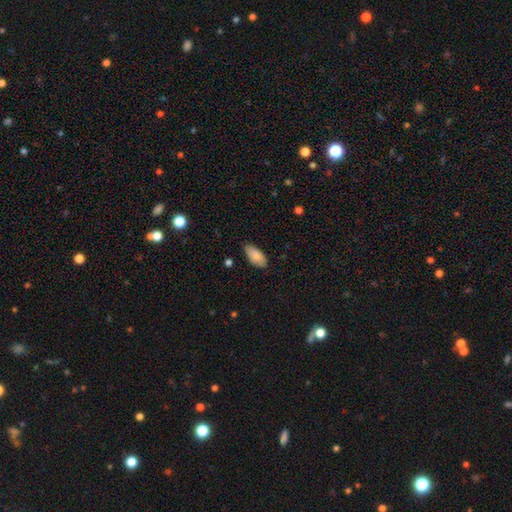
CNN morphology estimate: type=smooth (85%); roundness=in between (92%); merging=none (75%).